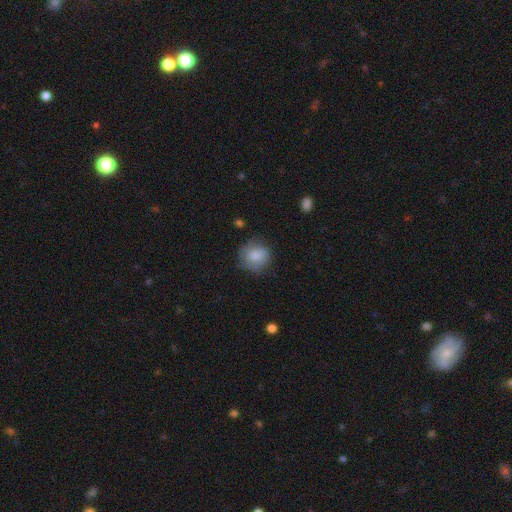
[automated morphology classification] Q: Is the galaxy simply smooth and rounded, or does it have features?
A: smooth — 80%.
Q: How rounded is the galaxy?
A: round — 84%.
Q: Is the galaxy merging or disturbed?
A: none — 70%.